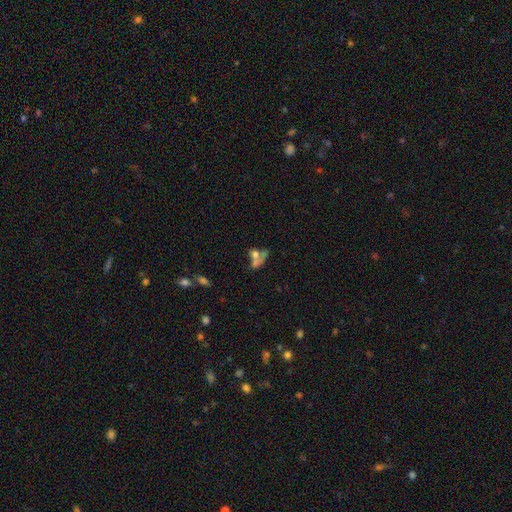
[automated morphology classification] This appears to be a smooth galaxy with no disk features (54%) that is in between round and cigar-shaped (63%). Merging: merger (52%).